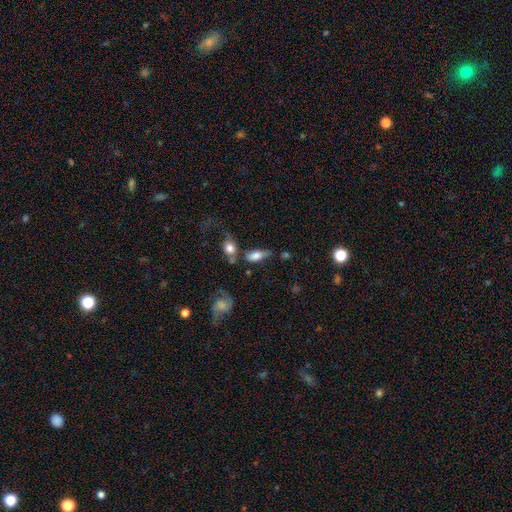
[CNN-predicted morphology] smooth 71%, featured or disk 21%, star or artifact 8%. Down the decision tree: how rounded — in between (78%); merging — none (46%).